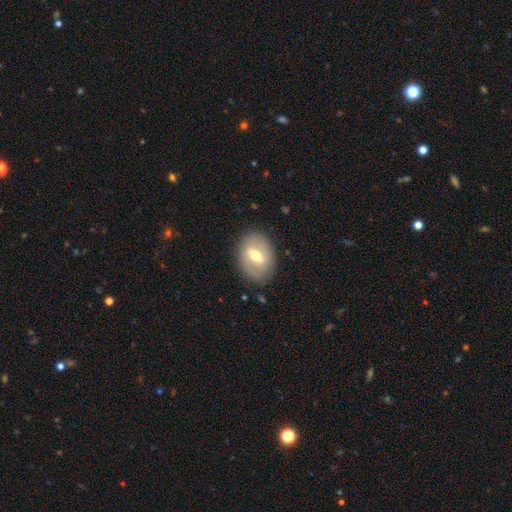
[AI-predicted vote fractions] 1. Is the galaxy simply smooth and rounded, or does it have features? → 51% featured or disk, 42% smooth, 7% star or artifact.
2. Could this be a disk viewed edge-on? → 86% no, 14% yes.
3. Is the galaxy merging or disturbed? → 83% none, 12% minor disturbance, 4% major disturbance, 1% merger.